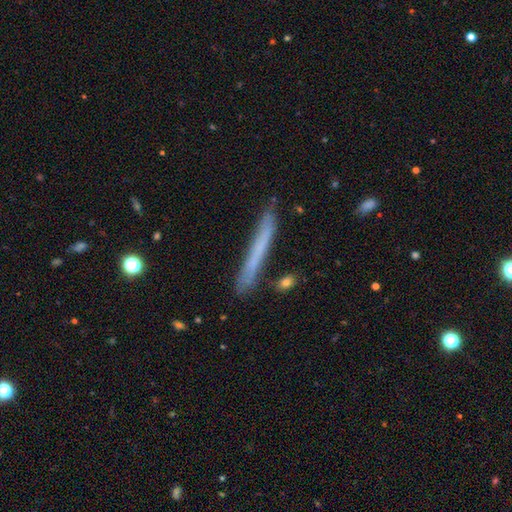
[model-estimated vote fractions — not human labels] Overall: smooth (59%; featured or disk 34%). How rounded: cigar-shaped (97%). Merging: none (83%).